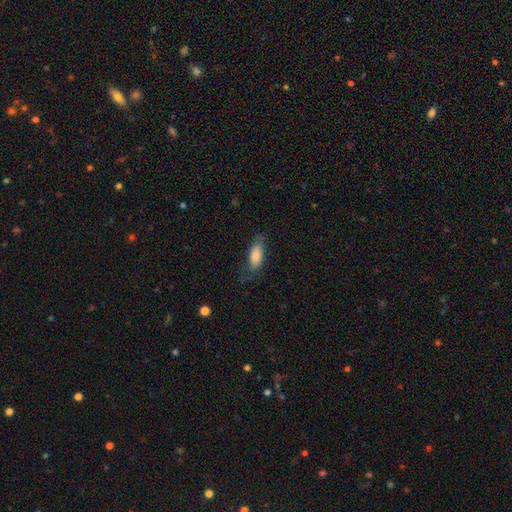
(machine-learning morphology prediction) Overall: smooth (81%). How rounded: in between (78%). Merging: none (63%; minor disturbance 24%).